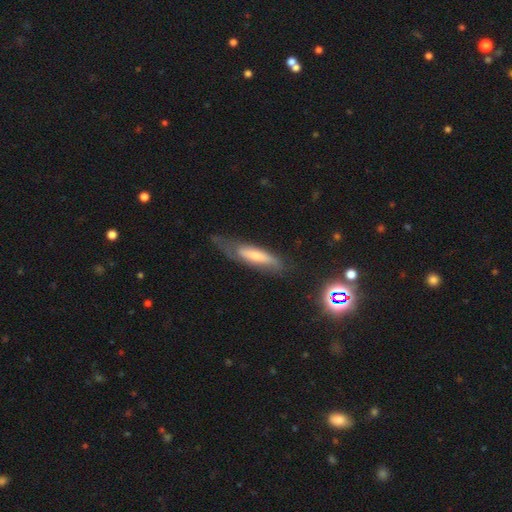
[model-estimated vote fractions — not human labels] The model was most divided on "smooth or featured": smooth: 52%, featured or disk: 41%, star or artifact: 7%. Remaining: how rounded — cigar-shaped (63%); merging — none (49%).